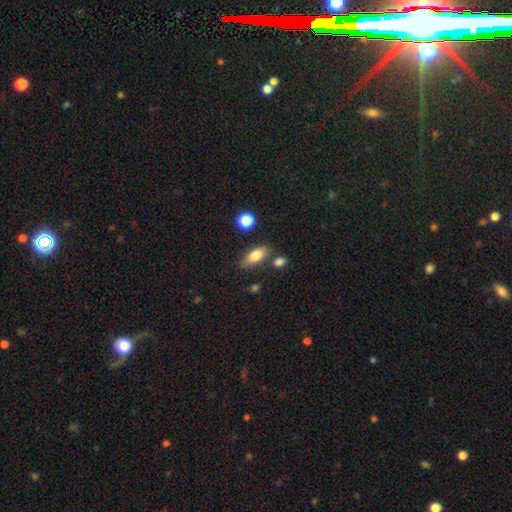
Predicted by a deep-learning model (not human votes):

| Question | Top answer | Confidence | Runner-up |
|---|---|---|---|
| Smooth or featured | smooth | 78% | featured or disk (15%) |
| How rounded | in between | 77% | cigar-shaped (18%) |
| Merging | none | 77% | minor disturbance (13%) |